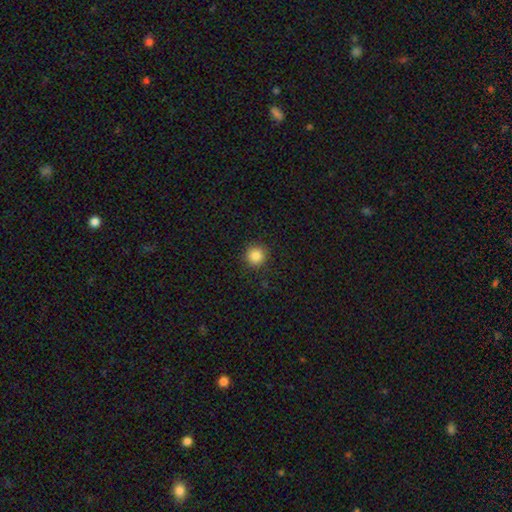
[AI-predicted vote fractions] smooth 85%, star or artifact 11%, featured or disk 4%. Down the decision tree: how rounded — round (95%); merging — none (91%).